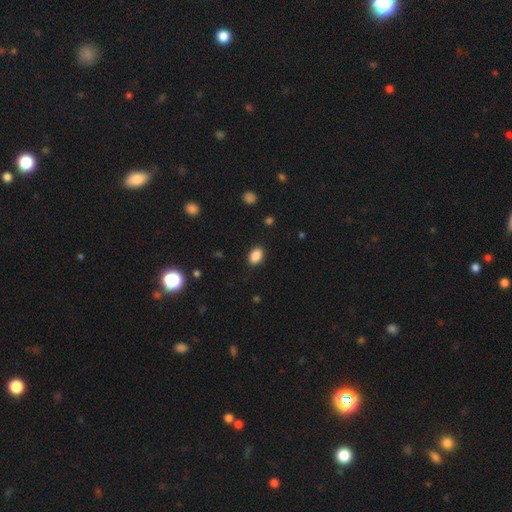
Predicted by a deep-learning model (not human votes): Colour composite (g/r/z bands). It shows a smooth galaxy with no disk features (88%) that is in between round and cigar-shaped (81%). Merging: none (88%).